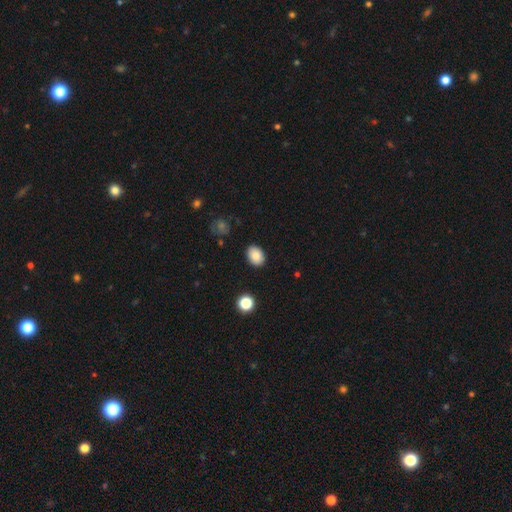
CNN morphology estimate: Q: Smooth or featured?
A: smooth (86%); runner-up: star or artifact (9%)
Q: How rounded?
A: in between (72%); runner-up: round (27%)
Q: Merging?
A: none (87%); runner-up: minor disturbance (9%)